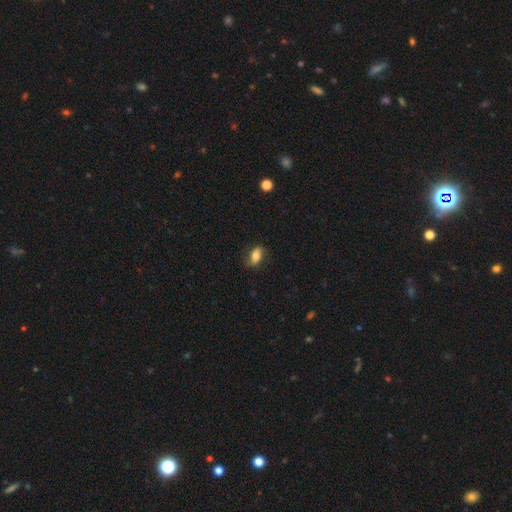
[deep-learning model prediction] A smooth galaxy with no disk features (62%) that is in between round and cigar-shaped (84%). Merging: none (77%).